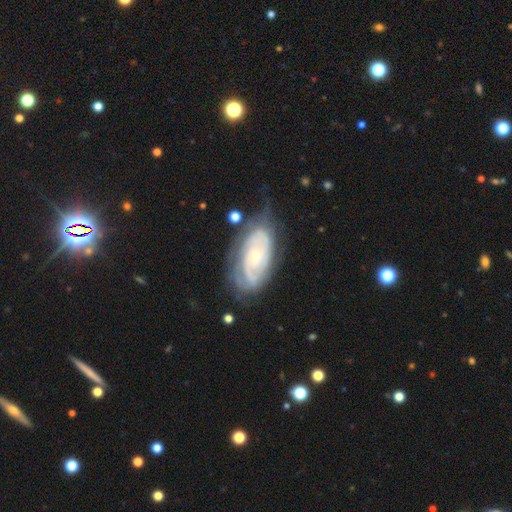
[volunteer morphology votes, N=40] Overall: featured or disk (80%). Edge-on disk: no (94%). Bar: no (83%). Spiral arms: yes (87%). Spiral arm count: can't tell (62%). Spiral winding: tight (81%). Bulge size: small (77%). Merging: none (51%; minor disturbance 28%).